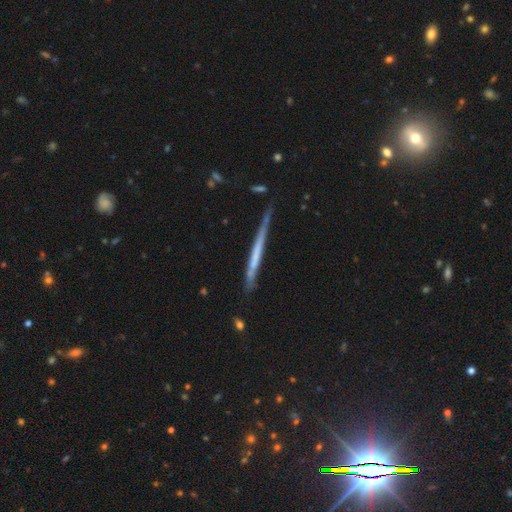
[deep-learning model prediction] smooth_or_featured: featured or disk (p=0.56) [alt: smooth p=0.38]
disk_edge_on: yes (p=0.94) [alt: no p=0.06]
edge_on_bulge: none (p=0.87) [alt: rounded p=0.07]
merging: none (p=0.70) [alt: minor disturbance p=0.22]